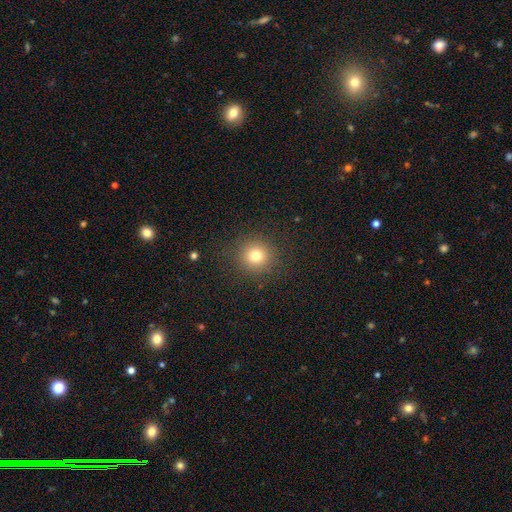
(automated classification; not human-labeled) Morphology: type=smooth (78%); roundness=round (92%); merging=none (89%).